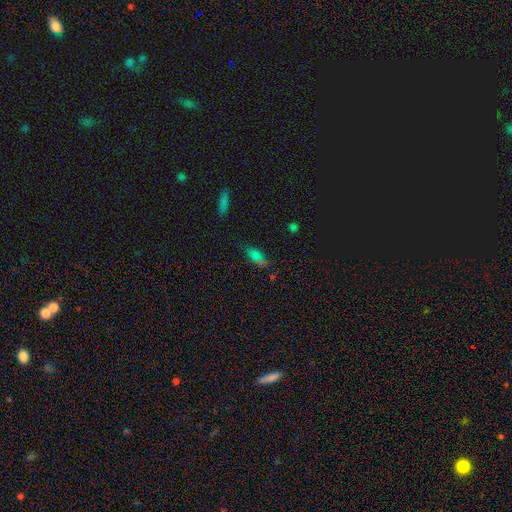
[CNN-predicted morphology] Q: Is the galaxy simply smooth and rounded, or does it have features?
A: smooth — 60%.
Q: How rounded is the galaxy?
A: in between — 68%.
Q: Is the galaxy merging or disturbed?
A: none — 63%.